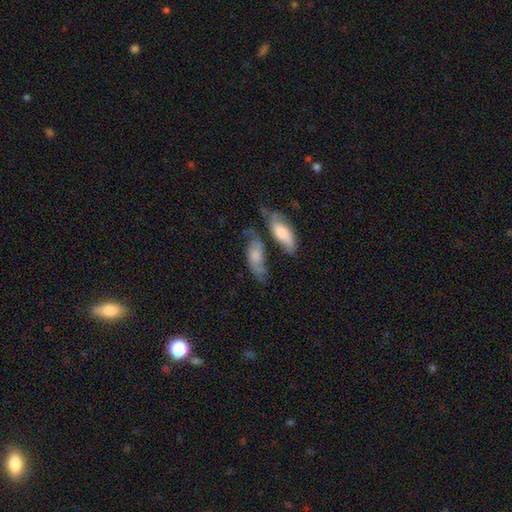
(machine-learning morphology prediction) This is possibly a smooth galaxy (55%). How rounded: likely in between (76%). Merging: marginally none (38%).